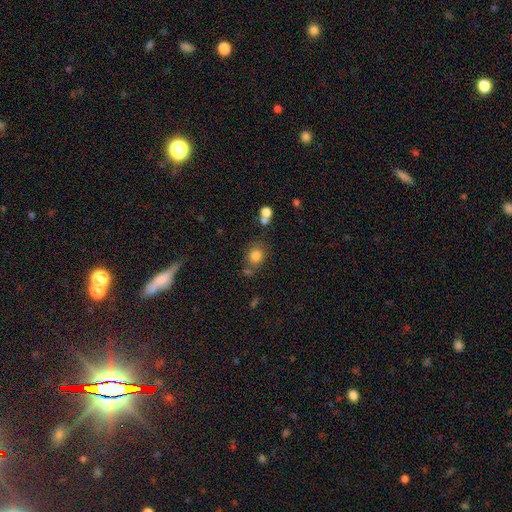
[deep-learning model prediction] Morphology: type=smooth (81%); roundness=round (73%); merging=none (69%).